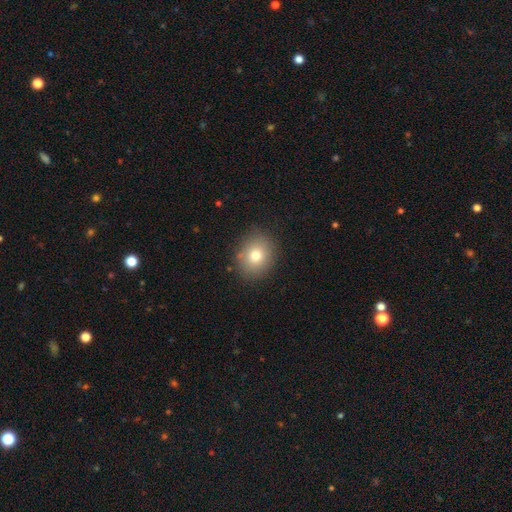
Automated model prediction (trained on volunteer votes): Morphology: type=smooth (77%); roundness=round (68%); merging=none (86%).